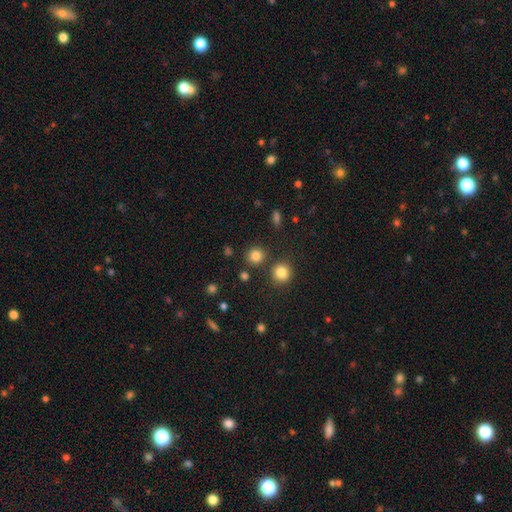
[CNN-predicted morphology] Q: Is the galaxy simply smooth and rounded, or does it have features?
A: smooth — 83%.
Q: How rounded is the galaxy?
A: round — 90%.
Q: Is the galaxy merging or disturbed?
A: none — 84%.